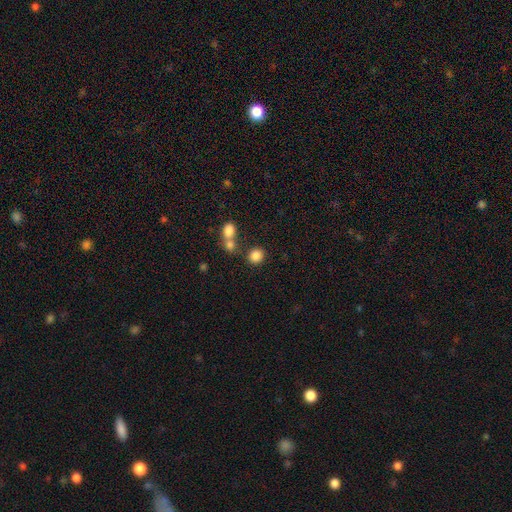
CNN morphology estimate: Smooth or featured? Predicted: smooth (p=0.84). How rounded? Predicted: round (p=0.76). Merging? Predicted: none (p=0.68).